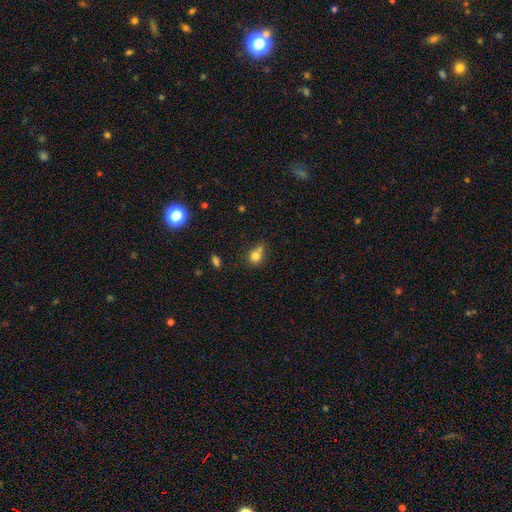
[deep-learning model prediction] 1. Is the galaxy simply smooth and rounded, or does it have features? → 78% smooth, 12% star or artifact, 11% featured or disk.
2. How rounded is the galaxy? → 75% round, 24% in between, 1% cigar-shaped.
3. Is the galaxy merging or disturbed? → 44% none, 34% merger, 16% minor disturbance, 6% major disturbance.